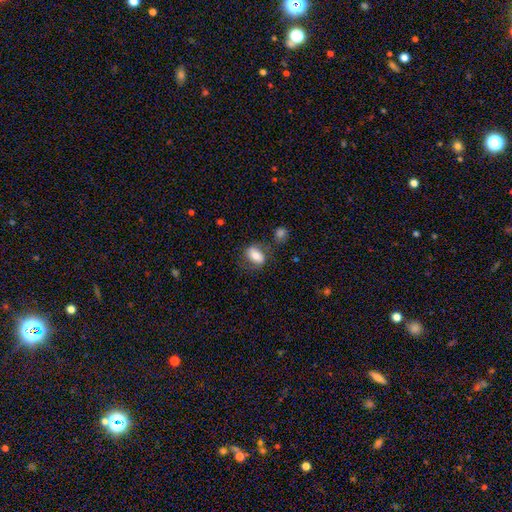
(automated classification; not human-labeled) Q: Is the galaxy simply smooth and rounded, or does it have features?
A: smooth — 68%.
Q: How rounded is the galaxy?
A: in between — 82%.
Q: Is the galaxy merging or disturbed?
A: none — 66%.